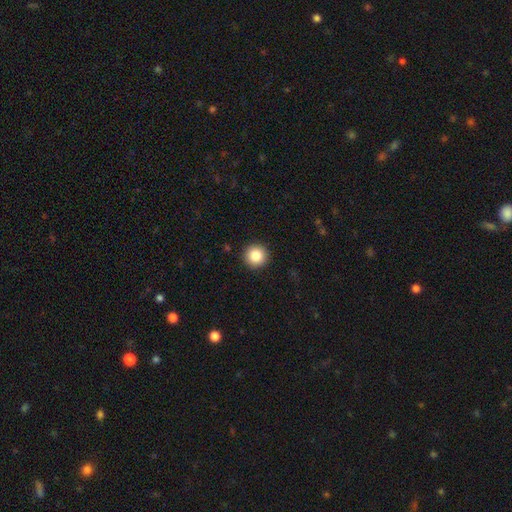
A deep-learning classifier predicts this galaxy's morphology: Smooth or featured: smooth — 86% (star or artifact — 9%)
How rounded: round — 96% (in between — 3%)
Merging: none — 93% (minor disturbance — 5%)